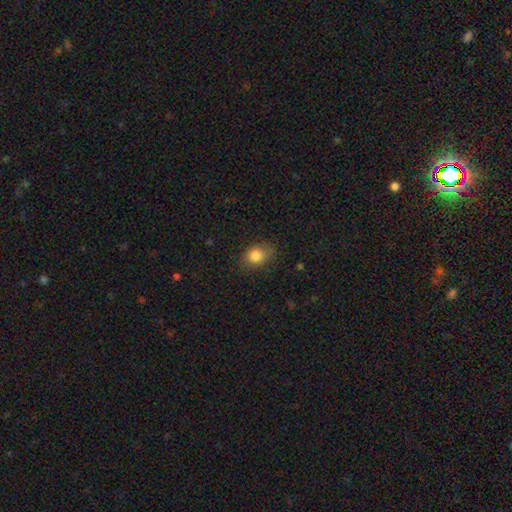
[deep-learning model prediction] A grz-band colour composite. It shows a smooth galaxy with no disk features (83%) that is in between round and cigar-shaped (59%). Merging: none (71%).